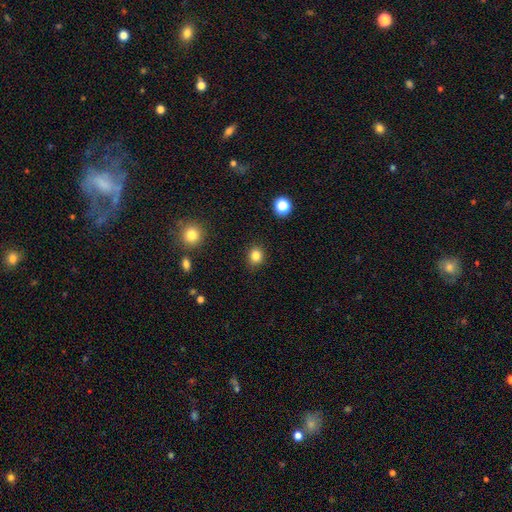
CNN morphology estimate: smooth 83%, star or artifact 12%, featured or disk 5%. Down the decision tree: how rounded — round (73%); merging — none (89%).